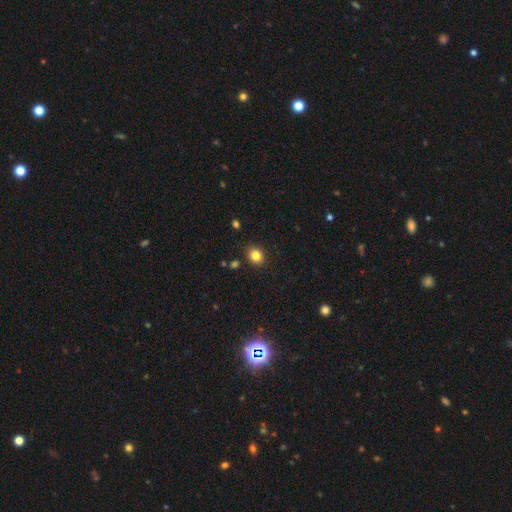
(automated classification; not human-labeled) smooth_or_featured: smooth (p=0.83) [alt: star or artifact p=0.11]
how_rounded: round (p=0.67) [alt: in between p=0.32]
merging: none (p=0.87) [alt: minor disturbance p=0.09]